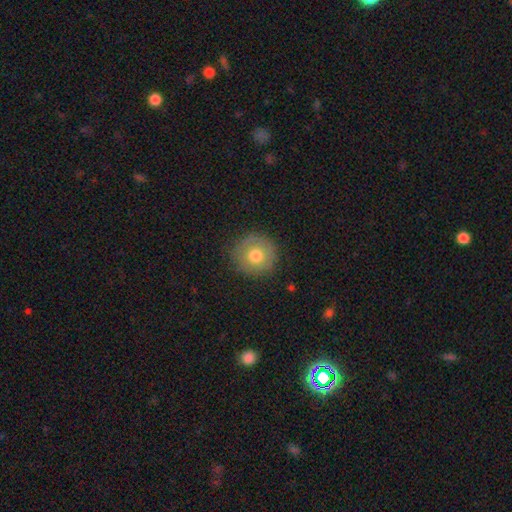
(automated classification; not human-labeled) Smooth or featured: smooth — 70% (featured or disk — 21%)
How rounded: round — 94% (in between — 5%)
Merging: none — 84% (minor disturbance — 11%)